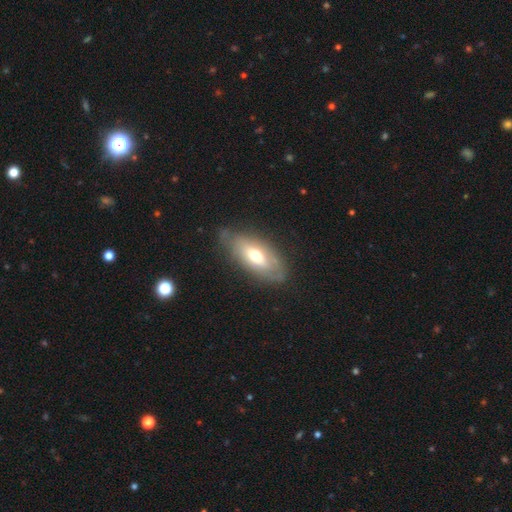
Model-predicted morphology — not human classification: smooth-or-featured: smooth: 53% | featured or disk: 40% | star or artifact: 7%
  how-rounded: in between: 84% | cigar-shaped: 12% | round: 4%
  merging: none: 67% | minor disturbance: 24% | major disturbance: 8% | merger: 2%